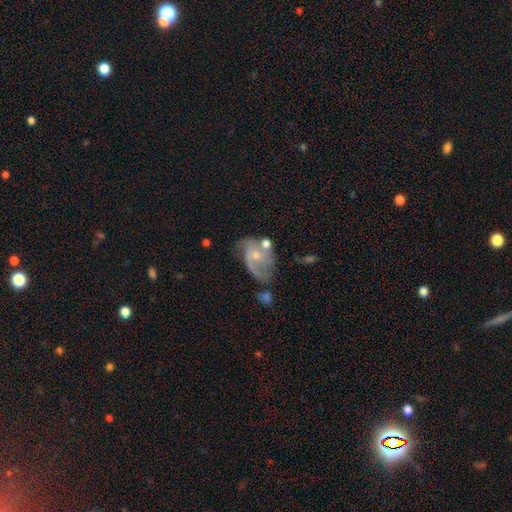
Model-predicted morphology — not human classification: A featured or disk galaxy (75%) with no bar (63%), 2 (55%) medium (47%) spiral arms (89%) and a small central bulge (55%). Merging: none (41%).